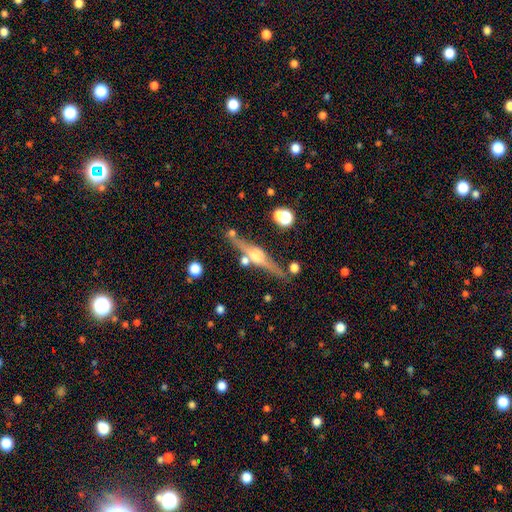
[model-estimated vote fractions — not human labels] This appears to be a featured or disk galaxy (79%) viewed edge-on (96%) with a rounded central bulge (92%). Merging: none (80%).